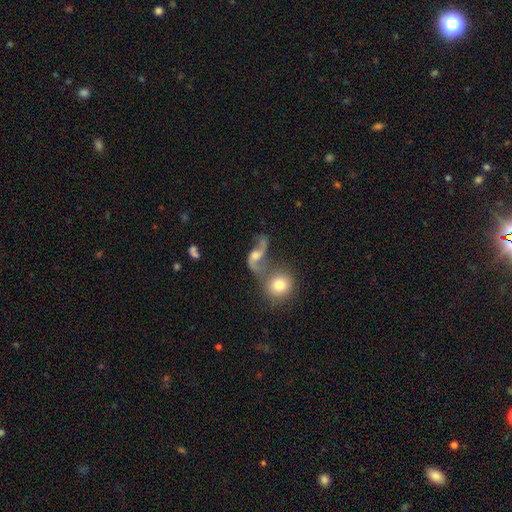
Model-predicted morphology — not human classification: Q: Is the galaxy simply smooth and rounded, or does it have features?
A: featured or disk — 74%.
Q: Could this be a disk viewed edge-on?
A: no — 95%.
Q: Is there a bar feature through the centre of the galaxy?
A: no — 53%.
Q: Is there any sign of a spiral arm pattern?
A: yes — 90%.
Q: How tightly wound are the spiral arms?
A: loose — 85%.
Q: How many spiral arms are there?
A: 2 — 90%.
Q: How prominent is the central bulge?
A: moderate — 49%.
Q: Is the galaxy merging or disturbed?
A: none — 36%.